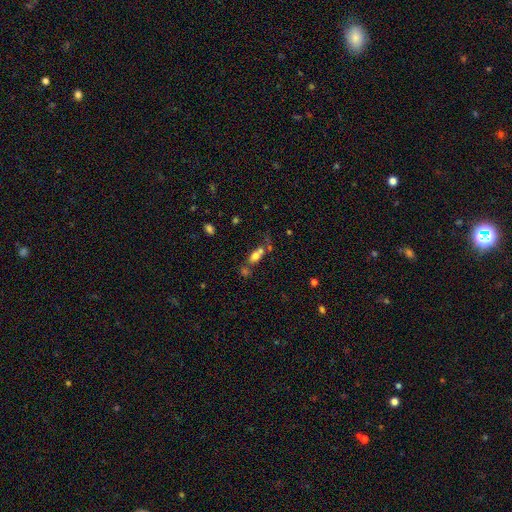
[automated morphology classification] A smooth galaxy with no disk features (69%) that is in between round and cigar-shaped (73%). Merging: merger (46%).